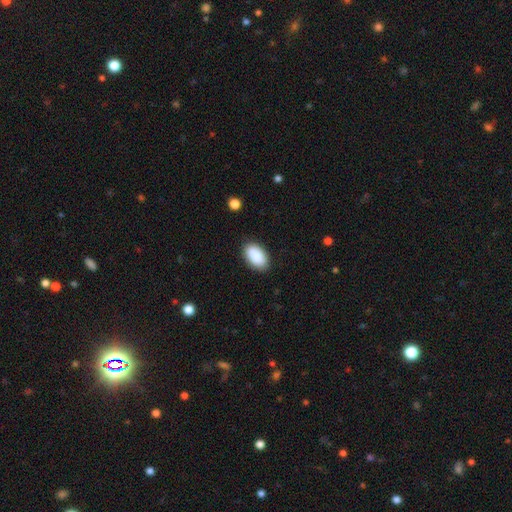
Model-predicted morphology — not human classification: smooth_or_featured: smooth (p=0.91) [alt: star or artifact p=0.06]
how_rounded: in between (p=0.95) [alt: round p=0.04]
merging: none (p=0.88) [alt: minor disturbance p=0.09]